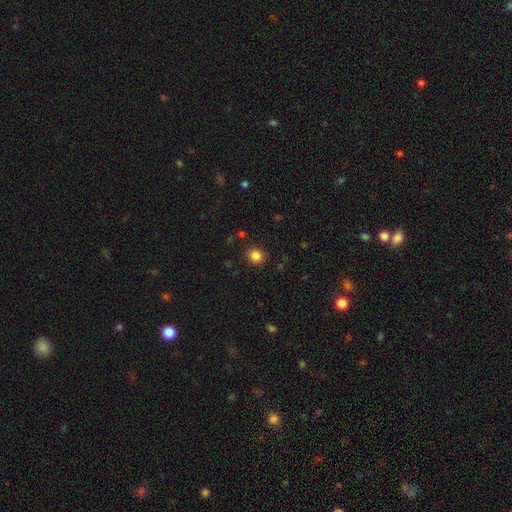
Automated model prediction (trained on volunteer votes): The model was most divided on "smooth or featured": smooth: 84%, star or artifact: 12%, featured or disk: 4%. More confident: merging — none (90%); how rounded — round (87%).